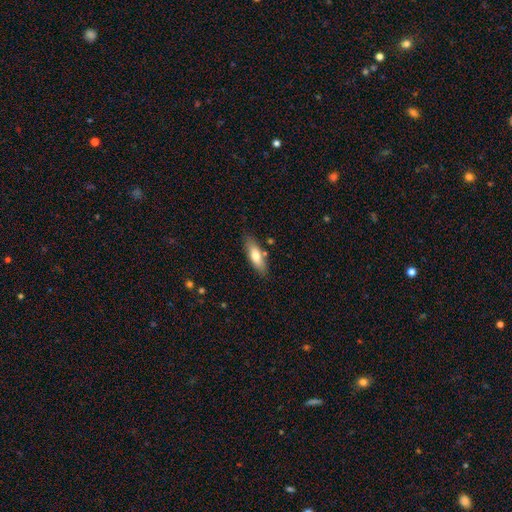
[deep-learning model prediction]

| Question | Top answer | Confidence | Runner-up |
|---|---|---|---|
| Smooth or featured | smooth | 71% | featured or disk (23%) |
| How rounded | in between | 60% | cigar-shaped (38%) |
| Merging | none | 79% | minor disturbance (13%) |